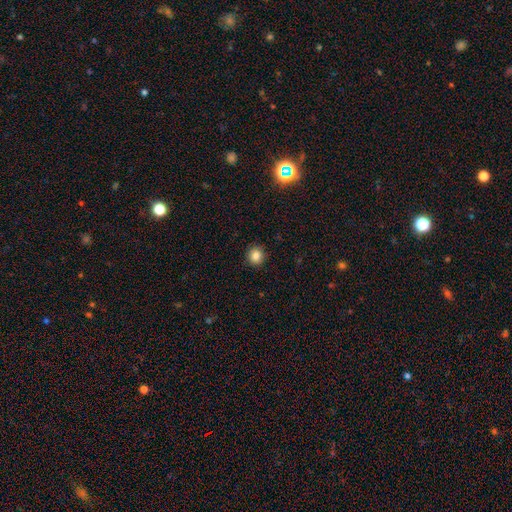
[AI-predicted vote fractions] The model was most divided on "smooth or featured": smooth: 84%, star or artifact: 11%, featured or disk: 5%. More confident: merging — none (92%); how rounded — round (91%).